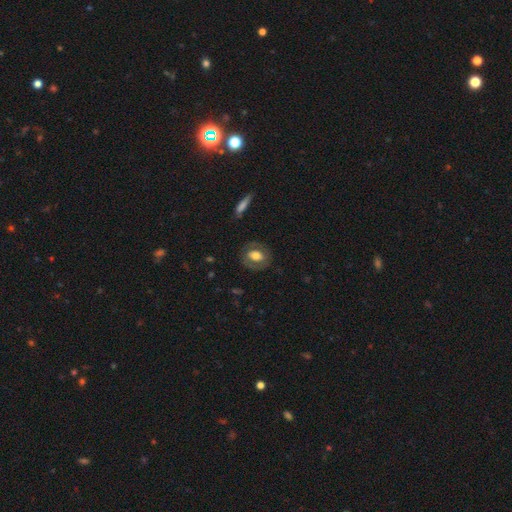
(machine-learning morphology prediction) Smooth or featured? Predicted: smooth (p=0.53). How rounded? Predicted: in between (p=0.58). Merging? Predicted: none (p=0.78).